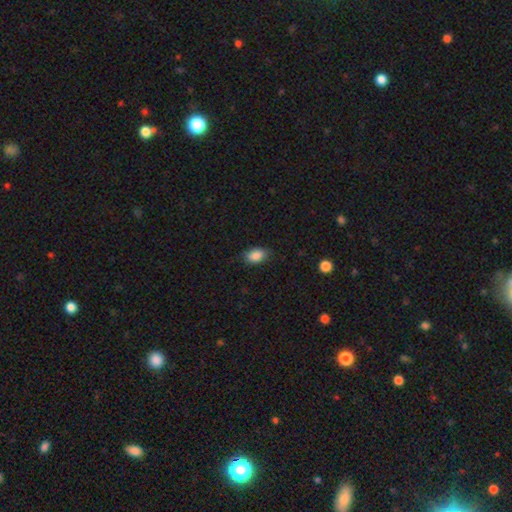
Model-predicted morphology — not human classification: Smooth or featured? Predicted: smooth (p=0.88). How rounded? Predicted: in between (p=0.87). Merging? Predicted: none (p=0.82).